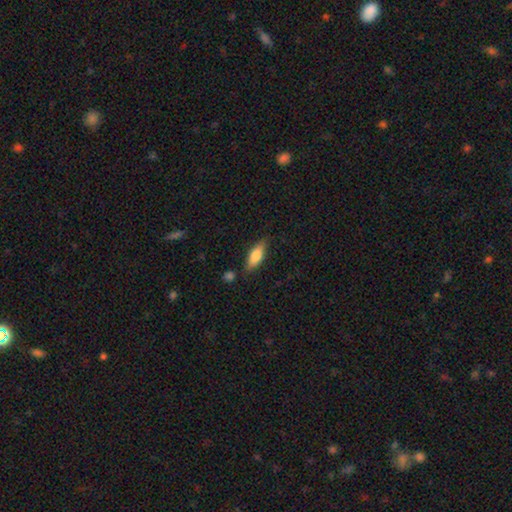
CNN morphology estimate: smooth-or-featured: smooth: 76% | featured or disk: 18% | star or artifact: 6%
  how-rounded: in between: 63% | cigar-shaped: 34% | round: 2%
  merging: none: 77% | minor disturbance: 15% | merger: 5% | major disturbance: 3%